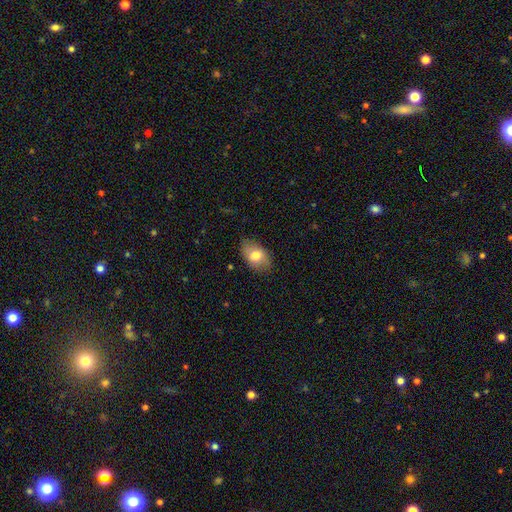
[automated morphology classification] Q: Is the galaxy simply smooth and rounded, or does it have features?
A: smooth — 75%.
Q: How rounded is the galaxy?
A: in between — 87%.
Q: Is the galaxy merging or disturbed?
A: none — 80%.